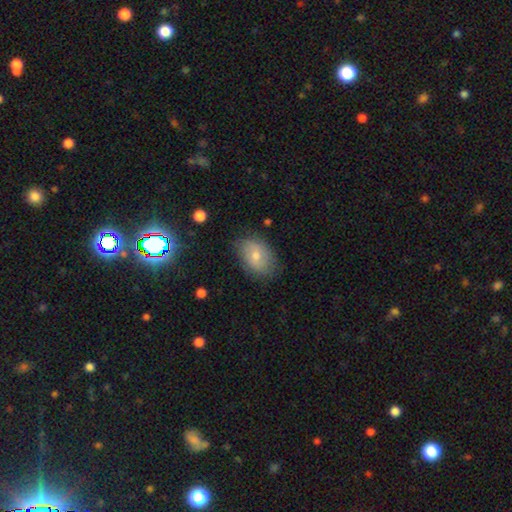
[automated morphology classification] smooth_or_featured: smooth (p=0.67) [alt: featured or disk p=0.25]
how_rounded: in between (p=0.82) [alt: round p=0.17]
merging: none (p=0.75) [alt: minor disturbance p=0.19]